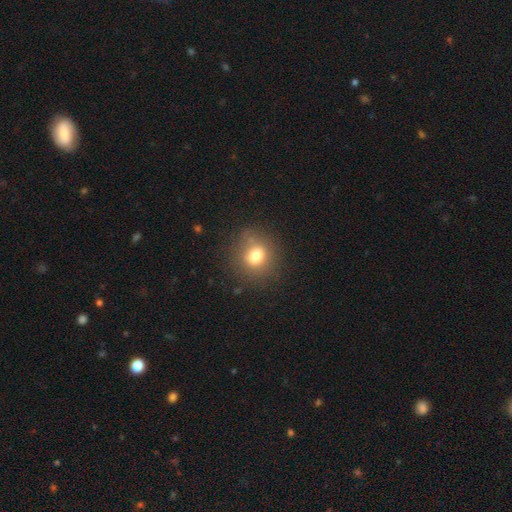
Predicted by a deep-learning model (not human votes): Morphology: type=smooth (77%); roundness=round (79%); merging=none (79%).